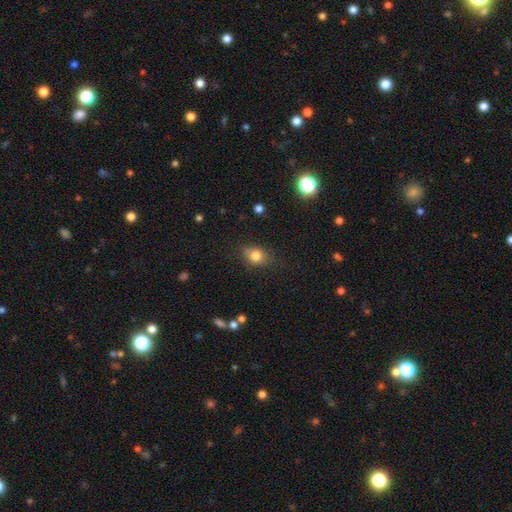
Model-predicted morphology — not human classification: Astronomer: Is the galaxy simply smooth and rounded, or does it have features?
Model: smooth — 79%.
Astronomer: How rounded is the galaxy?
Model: round — 52% (runner-up: in between, 46%).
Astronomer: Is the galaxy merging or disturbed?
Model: none — 75%.